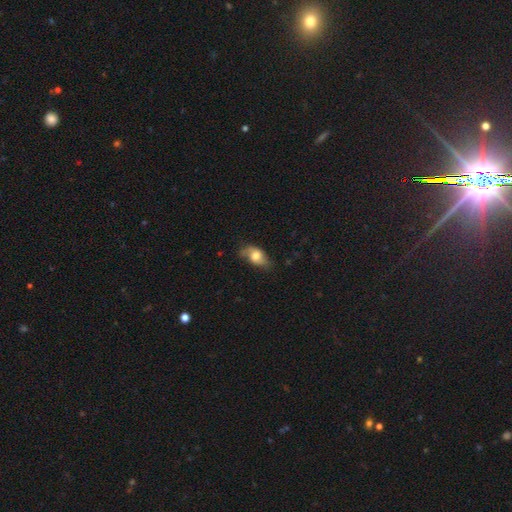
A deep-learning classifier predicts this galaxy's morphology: smooth-or-featured: smooth: 63% | featured or disk: 29% | star or artifact: 7%
  how-rounded: in between: 87% | round: 10% | cigar-shaped: 3%
  merging: none: 49% | minor disturbance: 36% | major disturbance: 14% | merger: 2%